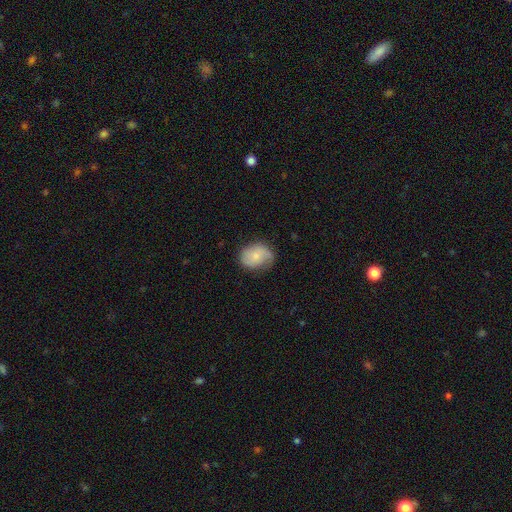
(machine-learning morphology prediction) The model was most divided on "how rounded": round: 51%, in between: 48%, cigar-shaped: 1%. More confident: smooth or featured — smooth (62%); merging — none (59%).